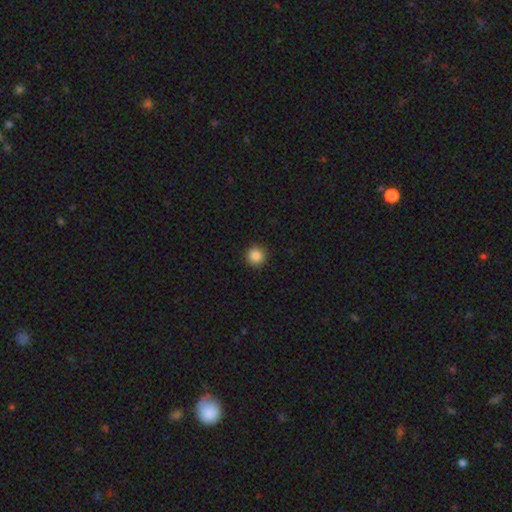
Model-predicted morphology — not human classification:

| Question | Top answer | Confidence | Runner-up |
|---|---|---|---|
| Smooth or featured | smooth | 86% | star or artifact (10%) |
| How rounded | round | 96% | in between (4%) |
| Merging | none | 93% | minor disturbance (5%) |